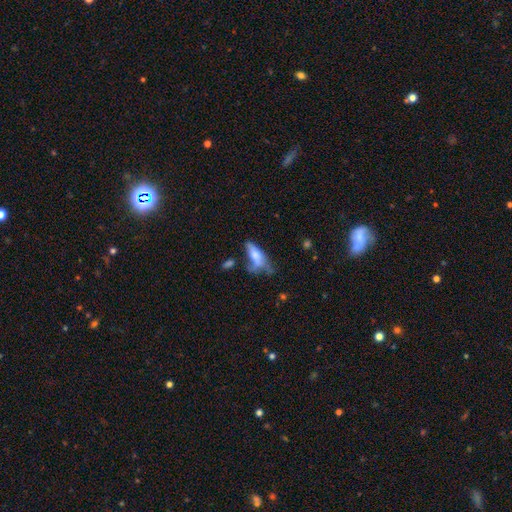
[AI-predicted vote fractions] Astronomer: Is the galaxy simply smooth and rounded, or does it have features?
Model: smooth — 58%.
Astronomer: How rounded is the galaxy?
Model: in between — 63%.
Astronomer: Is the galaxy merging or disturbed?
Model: none — 29% (runner-up: major disturbance, 27%).